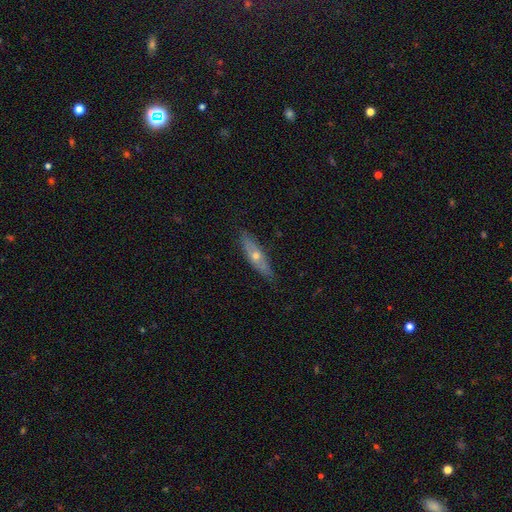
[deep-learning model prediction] Smooth or featured: featured or disk — 55% (smooth — 38%)
Edge-on disk: yes — 69% (no — 31%)
Merging: none — 83% (minor disturbance — 14%)